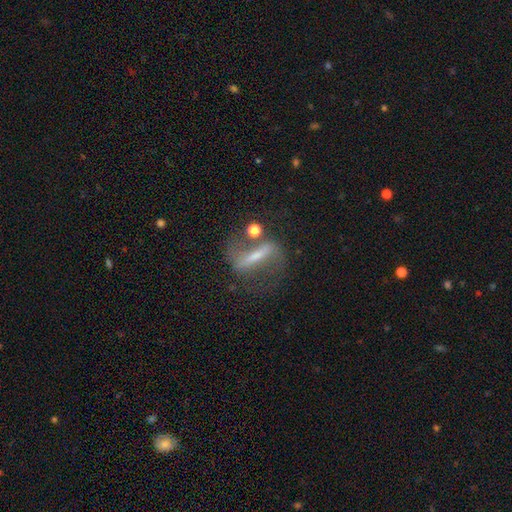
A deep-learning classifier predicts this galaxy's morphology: smooth_or_featured: featured or disk (p=0.70) [alt: smooth p=0.20]
disk_edge_on: no (p=0.76) [alt: yes p=0.24]
bar: strong (p=0.74) [alt: weak p=0.16]
has_spiral_arms: yes (p=0.59) [alt: no p=0.41]
bulge_size: small (p=0.47) [alt: moderate p=0.23]
merging: none (p=0.49) [alt: major disturbance p=0.23]